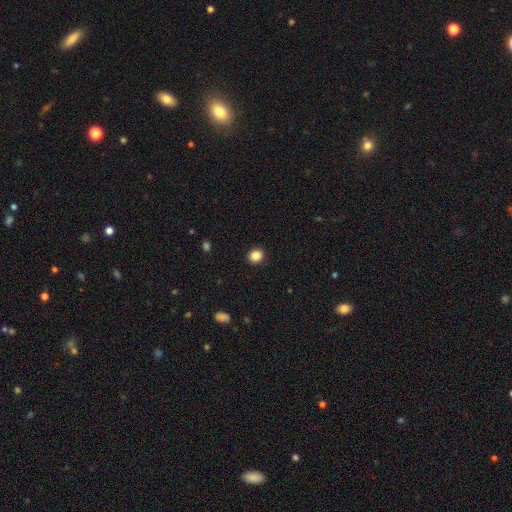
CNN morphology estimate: Smooth or featured?
  - smooth: 86% *
  - star or artifact: 10%
  - featured or disk: 4%
How rounded?
  - round: 81% *
  - in between: 18%
  - cigar-shaped: 1%
Merging?
  - none: 92% *
  - minor disturbance: 5%
  - major disturbance: 2%
  - merger: 1%